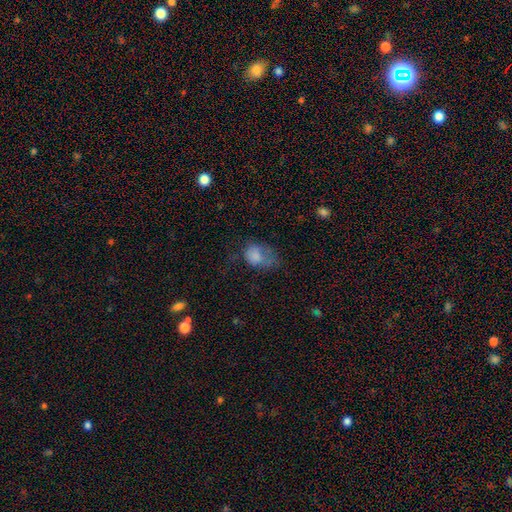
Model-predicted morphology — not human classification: The model was most divided on "merging": major disturbance: 43%, minor disturbance: 28%, none: 25%, merger: 5%. More confident: smooth or featured — smooth (73%); how rounded — in between (73%).